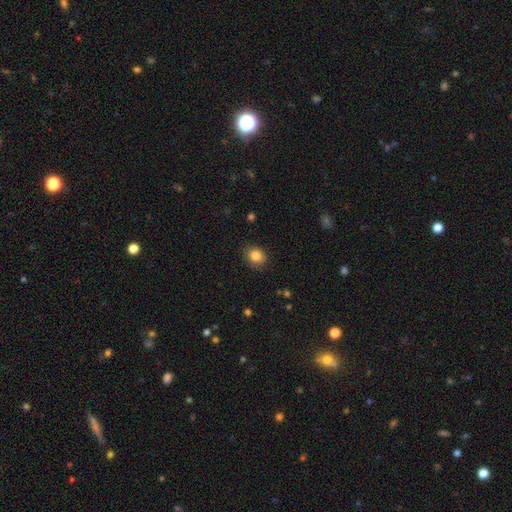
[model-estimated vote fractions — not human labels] Overall: smooth (85%). How rounded: round (62%; in between 37%). Merging: none (86%).